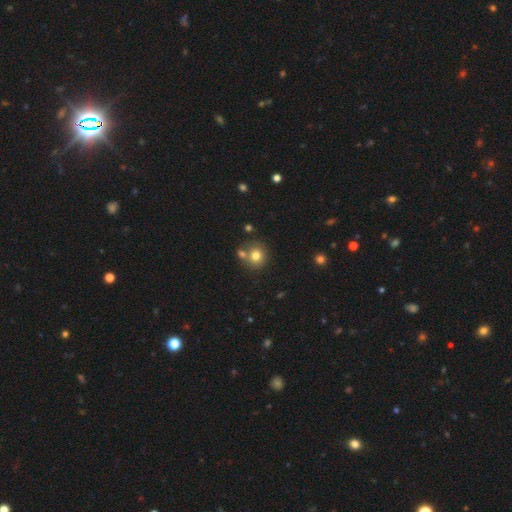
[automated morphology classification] Smooth or featured? smooth (78%)
How rounded? round (85%)
Merging? none (62%)